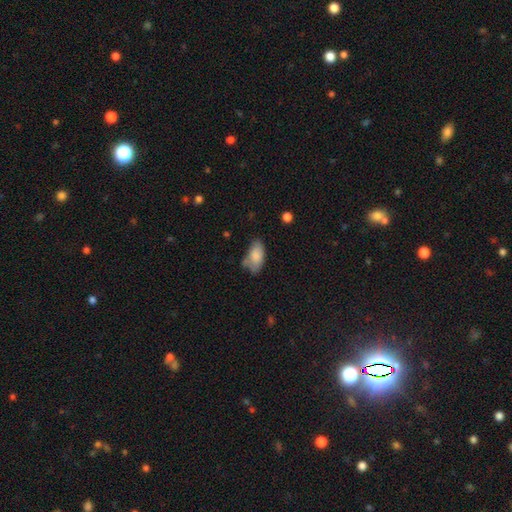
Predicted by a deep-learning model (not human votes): Smooth or featured: smooth — 82% (featured or disk — 11%)
How rounded: in between — 93% (round — 4%)
Merging: none — 50% (minor disturbance — 32%)